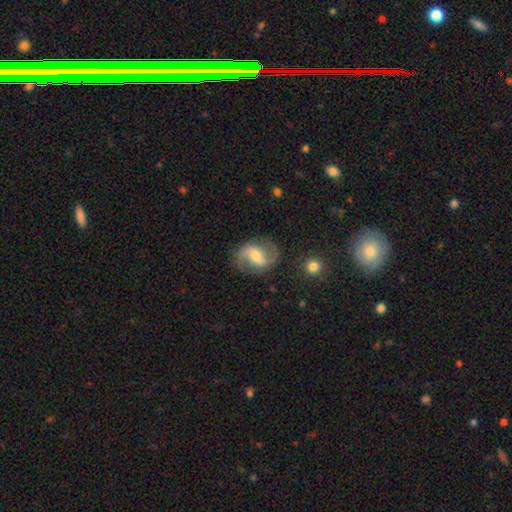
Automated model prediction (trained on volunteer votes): Smooth or featured: featured or disk — 83% (smooth — 11%)
Edge-on disk: no — 98% (yes — 2%)
Bar: weak — 48% (strong — 30%)
Spiral arms: yes — 95% (no — 5%)
Spiral winding: loose — 44% (tied with medium — 44%)
Spiral arm count: 2 — 92% (can't tell — 3%)
Bulge size: moderate — 50% (small — 37%)
Merging: none — 81% (minor disturbance — 12%)